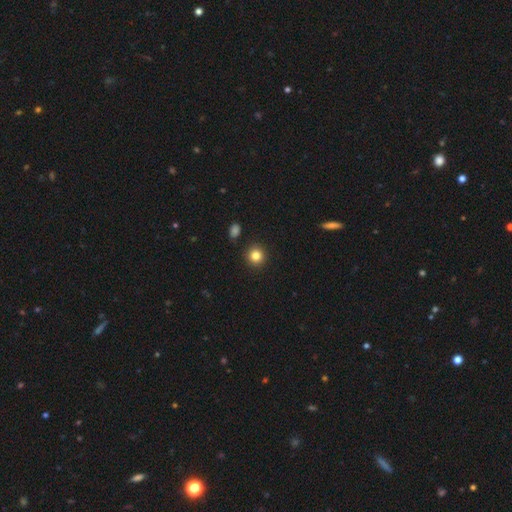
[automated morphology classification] This appears to be a smooth galaxy with no disk features (83%) that is round (92%). Merging: none (90%).